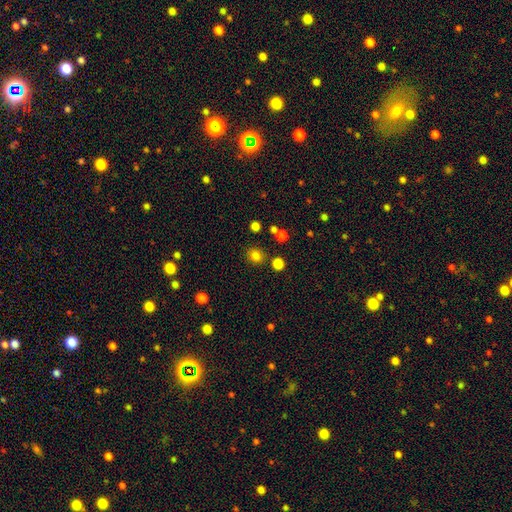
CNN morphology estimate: Smooth or featured: smooth — 80% (star or artifact — 15%)
How rounded: round — 86% (in between — 13%)
Merging: none — 84% (minor disturbance — 7%)